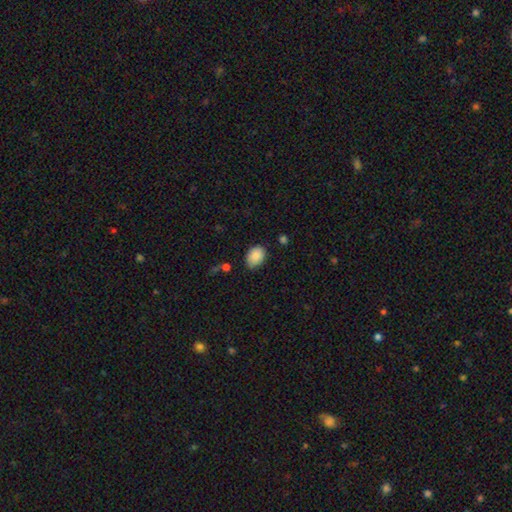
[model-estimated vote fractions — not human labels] Morphology: type=smooth (88%); roundness=in between (77%); merging=none (74%).